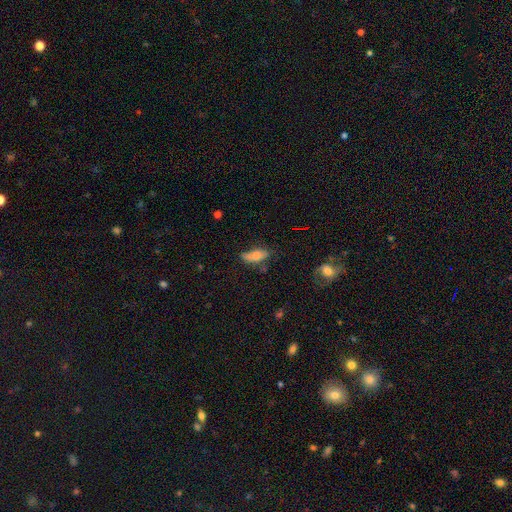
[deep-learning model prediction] The model was most divided on "merging": none: 44%, minor disturbance: 32%, major disturbance: 16%, merger: 8%. More confident: how rounded — in between (79%); smooth or featured — smooth (65%).